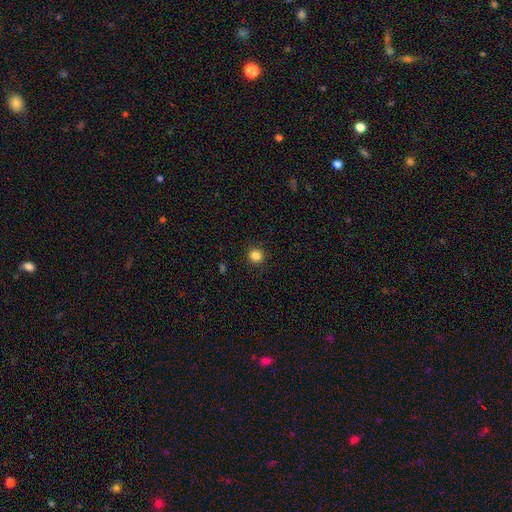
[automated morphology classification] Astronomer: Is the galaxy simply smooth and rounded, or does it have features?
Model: smooth — 84%.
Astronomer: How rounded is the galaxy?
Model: round — 92%.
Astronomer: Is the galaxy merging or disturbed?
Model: none — 90%.